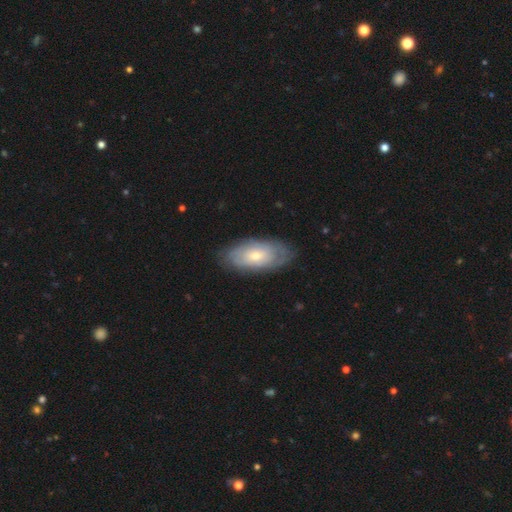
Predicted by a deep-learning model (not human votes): A featured or disk galaxy (48%). Merging: none (77%).